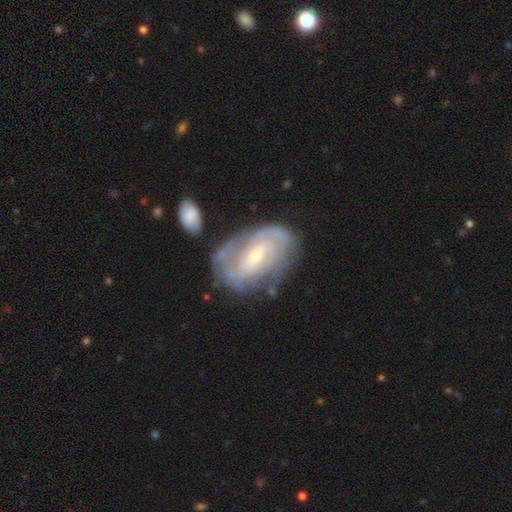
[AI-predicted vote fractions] featured or disk 82%, smooth 13%, star or artifact 6%. Down the decision tree: edge-on disk — no (96%); bar — no (42%, tied with weak); spiral arms — yes (88%); spiral arm count — can't tell (43%); spiral winding — tight (63%); bulge size — small (74%); merging — none (64%).